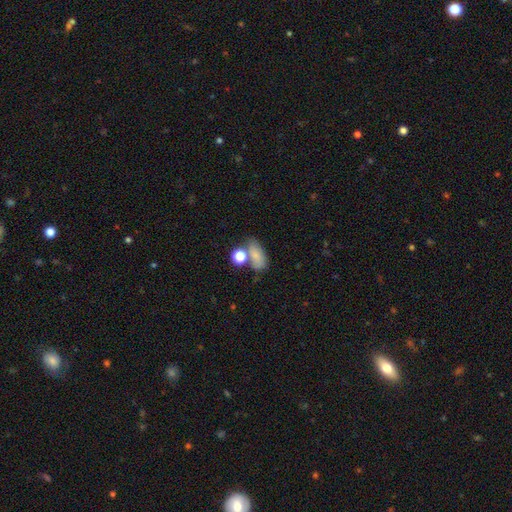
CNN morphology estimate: smooth 74%, featured or disk 13%, star or artifact 13%. Down the decision tree: how rounded — in between (80%); merging — none (43%).